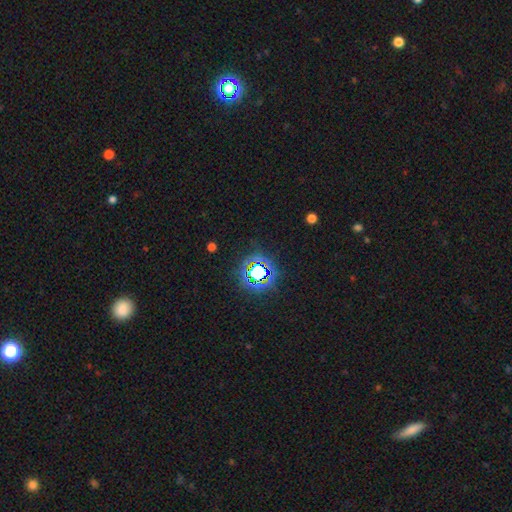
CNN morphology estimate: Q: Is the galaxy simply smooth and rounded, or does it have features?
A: star or artifact — 79%.